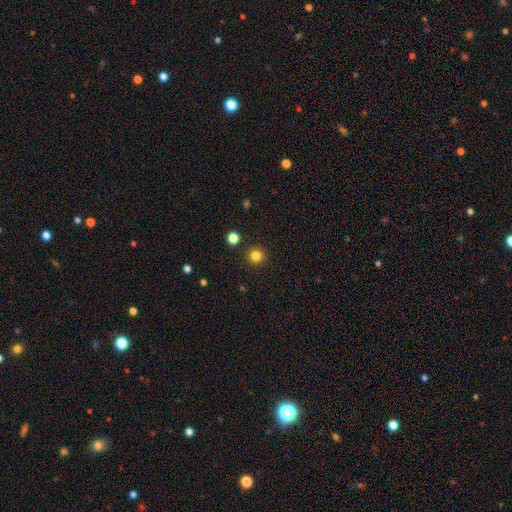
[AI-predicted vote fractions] A smooth galaxy with no disk features (82%) that is round (96%).

Vote fractions:
- Smooth or featured? smooth: 82% / star or artifact: 14% / featured or disk: 4%
- How rounded? round: 96% / in between: 3% / cigar-shaped: 1%
- Merging? none: 92% / minor disturbance: 4% / merger: 2% / major disturbance: 2%